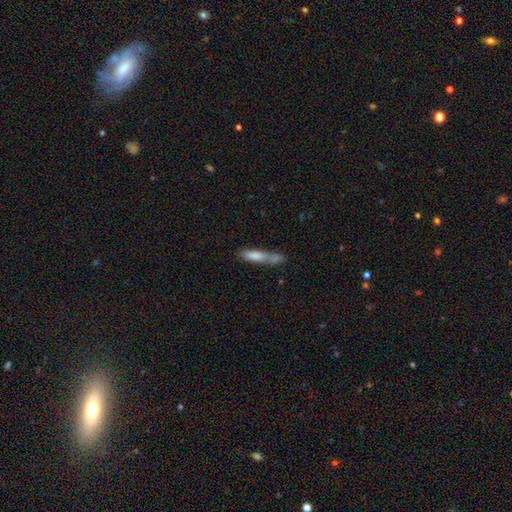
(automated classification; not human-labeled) This appears to be a smooth galaxy with no disk features (75%) that is cigar-shaped (81%). Merging: none (43%).